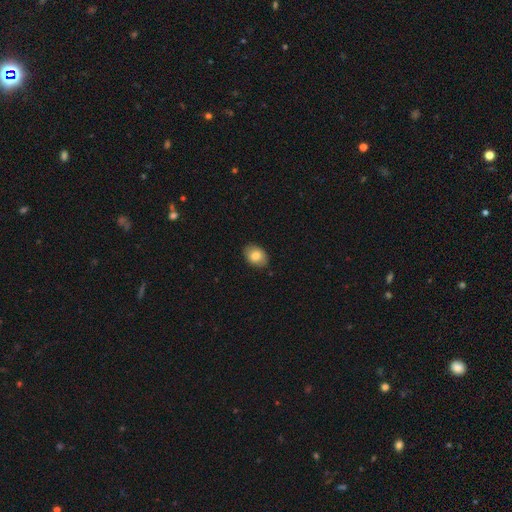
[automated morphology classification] This is clearly a smooth galaxy (83%). How rounded: likely in between (76%). Merging: clearly none (88%).